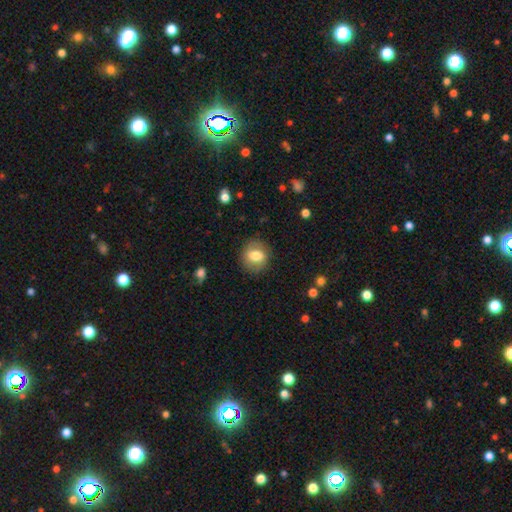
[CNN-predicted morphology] Smooth or featured?
  - smooth: 72% *
  - featured or disk: 20%
  - star or artifact: 8%
How rounded?
  - round: 70% *
  - in between: 29%
  - cigar-shaped: 1%
Merging?
  - none: 83% *
  - minor disturbance: 12%
  - major disturbance: 4%
  - merger: 1%